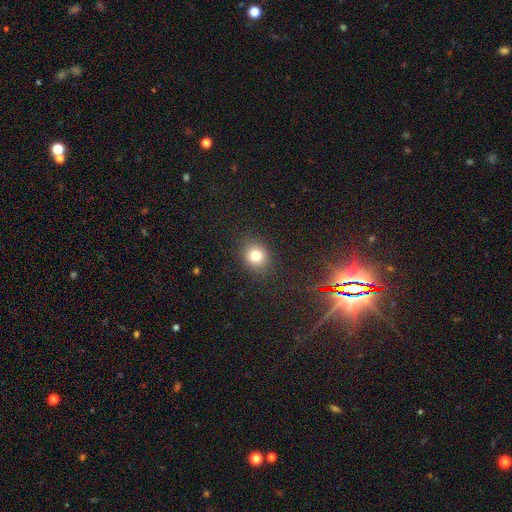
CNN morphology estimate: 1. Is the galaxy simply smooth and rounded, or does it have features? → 80% smooth, 13% star or artifact, 7% featured or disk.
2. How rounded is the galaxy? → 71% round, 29% in between, 1% cigar-shaped.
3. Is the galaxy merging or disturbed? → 87% none, 9% minor disturbance, 3% major disturbance, 1% merger.